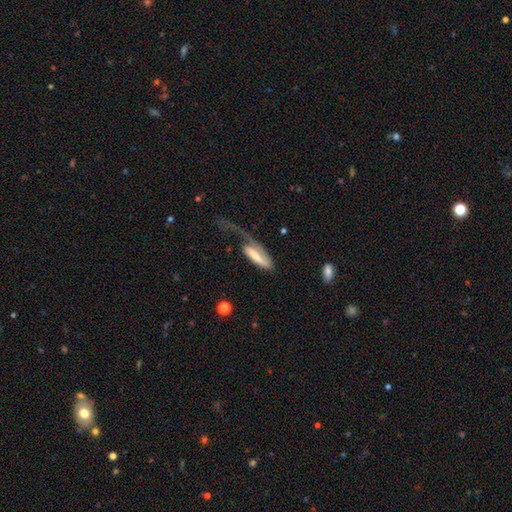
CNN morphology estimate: A smooth galaxy with no disk features (55%) that is in between round and cigar-shaped (56%). Merging: major disturbance (63%).